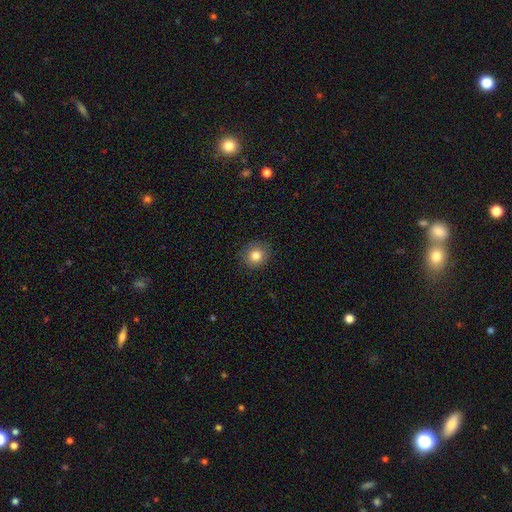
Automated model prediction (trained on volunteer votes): smooth_or_featured: smooth (p=0.82) [alt: star or artifact p=0.11]
how_rounded: round (p=0.85) [alt: in between p=0.14]
merging: none (p=0.87) [alt: minor disturbance p=0.09]